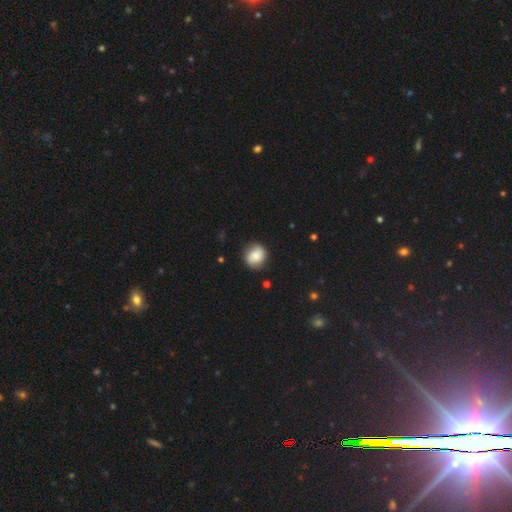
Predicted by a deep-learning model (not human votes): The model was most divided on "smooth or featured": smooth: 73%, featured or disk: 18%, star or artifact: 8%. More confident: merging — none (80%); how rounded — round (78%).